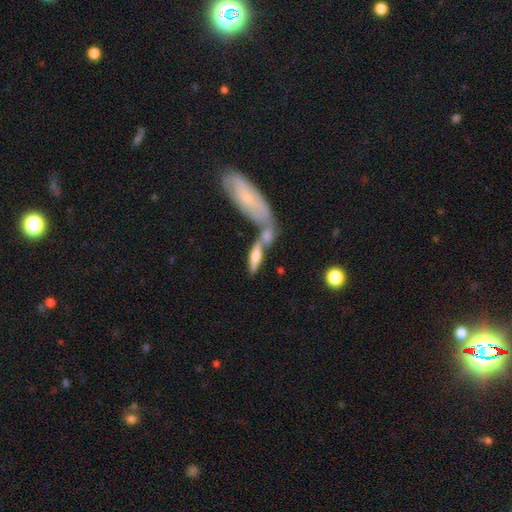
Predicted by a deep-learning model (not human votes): Overall: smooth (56%; featured or disk 36%). How rounded: cigar-shaped (55%; in between 42%). Merging: merger (55%; none 29%).